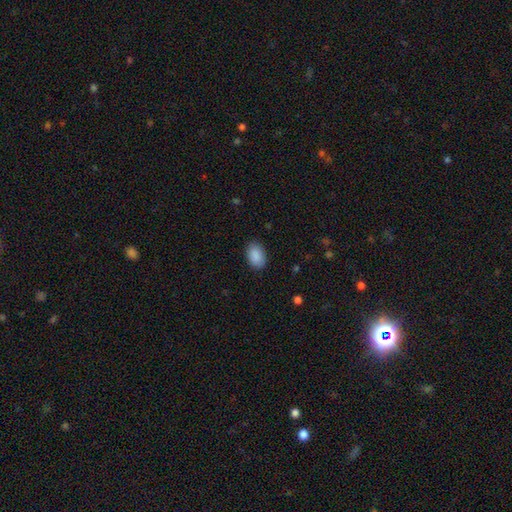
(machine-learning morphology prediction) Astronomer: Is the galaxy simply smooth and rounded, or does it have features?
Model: smooth — 90%.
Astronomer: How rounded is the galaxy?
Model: in between — 88%.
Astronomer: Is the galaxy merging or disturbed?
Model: none — 86%.